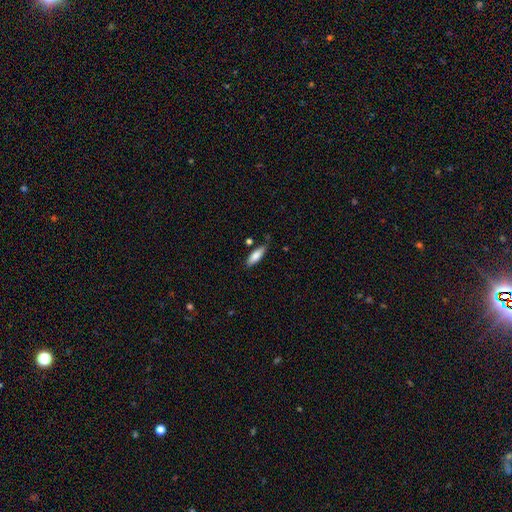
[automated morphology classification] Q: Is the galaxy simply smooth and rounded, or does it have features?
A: smooth — 81%.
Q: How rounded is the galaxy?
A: in between — 57%.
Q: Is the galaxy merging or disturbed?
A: none — 79%.